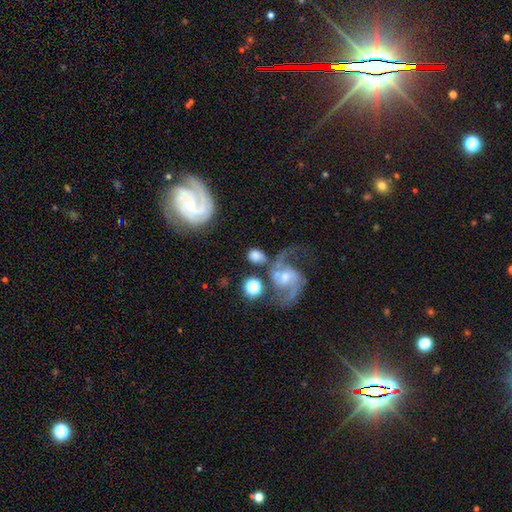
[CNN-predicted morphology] smooth-or-featured: smooth: 53% | featured or disk: 37% | star or artifact: 10%
  how-rounded: round: 55% | in between: 42% | cigar-shaped: 2%
  merging: none: 50% | merger: 22% | minor disturbance: 16% | major disturbance: 12%